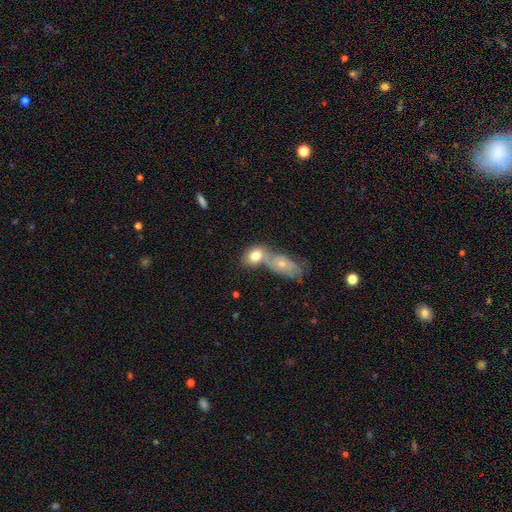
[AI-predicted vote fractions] smooth_or_featured: smooth (p=0.74) [alt: featured or disk p=0.19]
how_rounded: in between (p=0.69) [alt: round p=0.28]
merging: merger (p=0.55) [alt: none p=0.30]